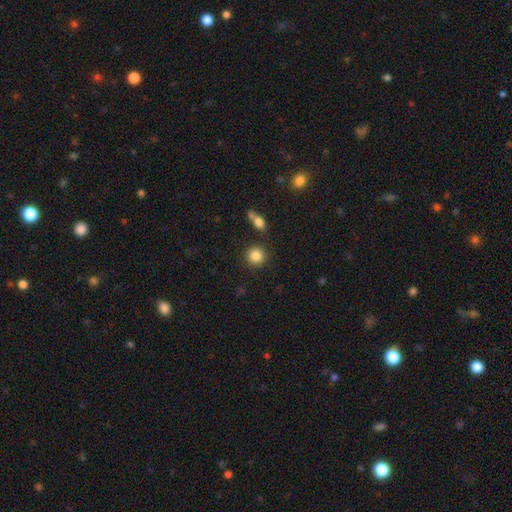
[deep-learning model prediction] Smooth or featured? smooth (86%)
How rounded? round (92%)
Merging? none (85%)